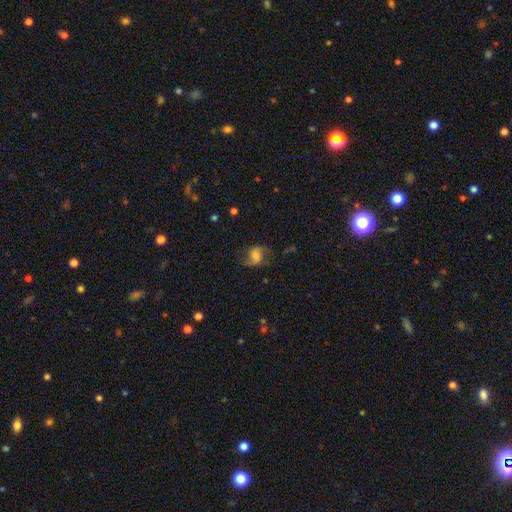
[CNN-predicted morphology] The model was most divided on "smooth or featured": smooth: 47%, featured or disk: 43%, star or artifact: 10%. More confident: merging — none (51%).